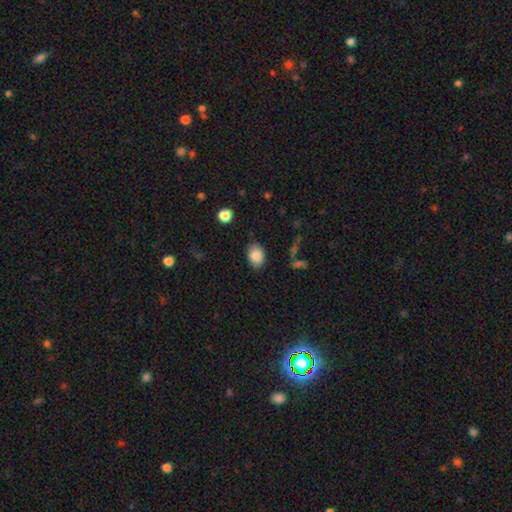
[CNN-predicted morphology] This appears to be a smooth galaxy with no disk features (85%) that is in between round and cigar-shaped (80%). Merging: none (84%).